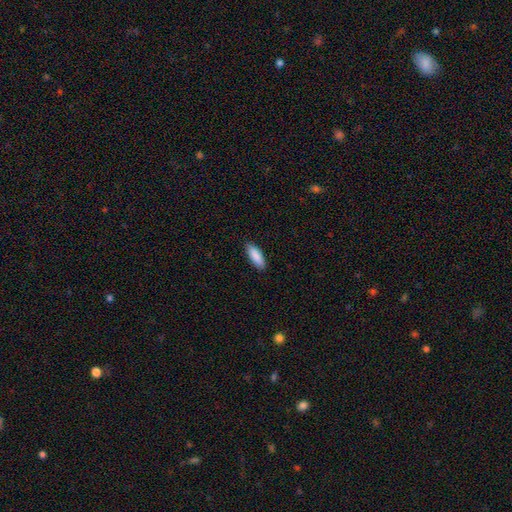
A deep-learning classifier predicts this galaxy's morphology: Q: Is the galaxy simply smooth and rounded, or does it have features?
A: smooth — 89%.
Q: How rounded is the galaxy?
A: in between — 64%.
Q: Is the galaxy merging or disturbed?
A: none — 88%.